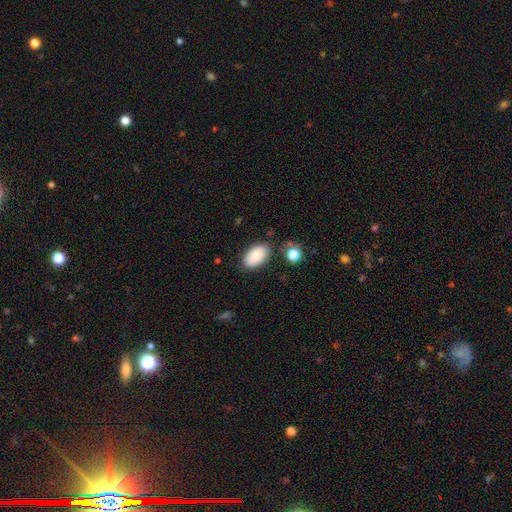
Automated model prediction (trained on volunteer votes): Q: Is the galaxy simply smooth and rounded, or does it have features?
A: smooth — 85%.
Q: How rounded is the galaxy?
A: in between — 94%.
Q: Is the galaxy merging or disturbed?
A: none — 77%.